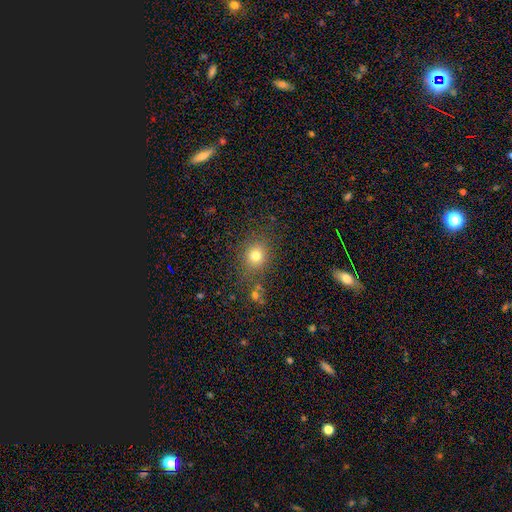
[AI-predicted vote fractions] This appears to be a smooth galaxy with no disk features (75%) that is round (76%). Merging: none (79%).